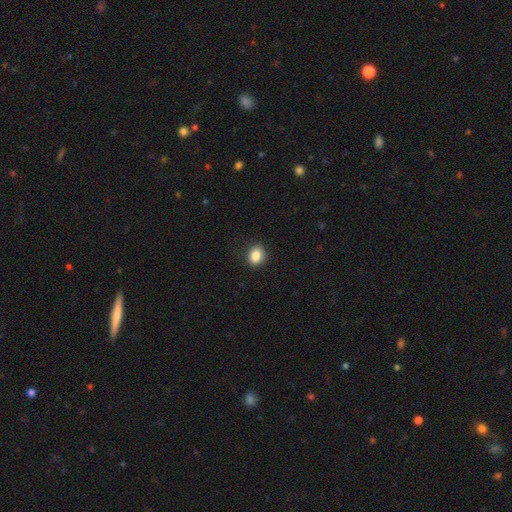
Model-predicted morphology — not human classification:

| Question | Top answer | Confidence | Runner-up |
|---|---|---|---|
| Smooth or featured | smooth | 86% | star or artifact (10%) |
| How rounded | in between | 53% | round (45%) |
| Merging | none | 86% | minor disturbance (11%) |